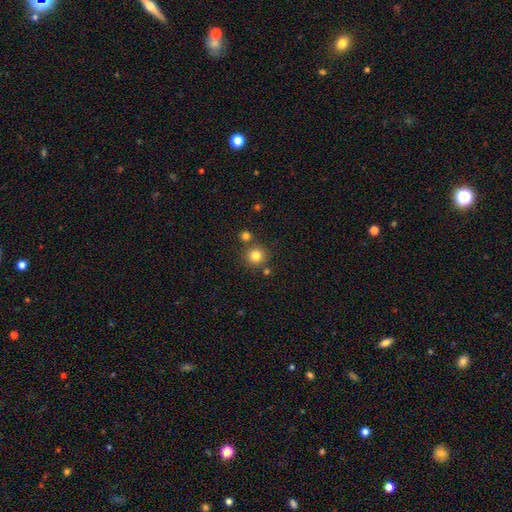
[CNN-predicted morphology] A smooth galaxy with no disk features (82%) that is round (93%).

Vote fractions:
- Smooth or featured? smooth: 82% / star or artifact: 12% / featured or disk: 6%
- How rounded? round: 93% / in between: 6% / cigar-shaped: 1%
- Merging? none: 78% / merger: 12% / minor disturbance: 8% / major disturbance: 3%